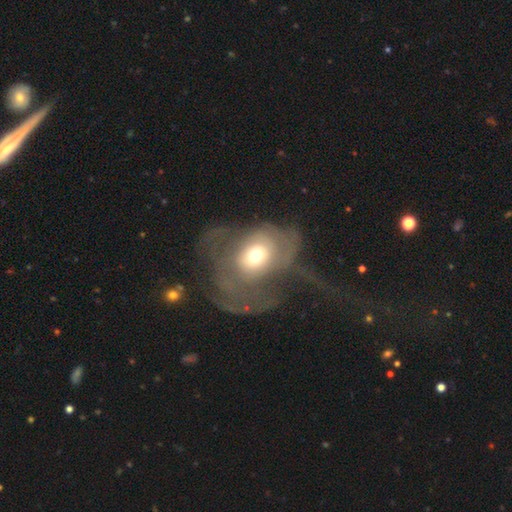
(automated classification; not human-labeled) A featured or disk galaxy (52%). Merging: major disturbance (60%).